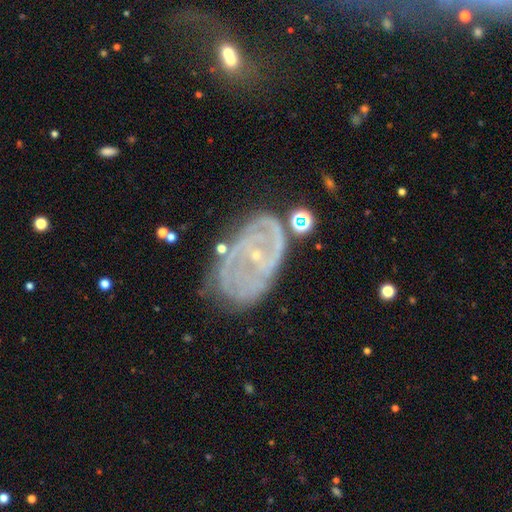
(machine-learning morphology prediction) This is likely a featured or disk galaxy (79%). It is clearly not viewed edge-on (96%). Bar: likely no (62%). Spiral arm pattern: clearly yes (83%). Spiral arm count: marginally can't tell (39%). Spiral winding: possibly tight (57%). Central bulge: clearly small (87%). Merging: possibly none (58%).